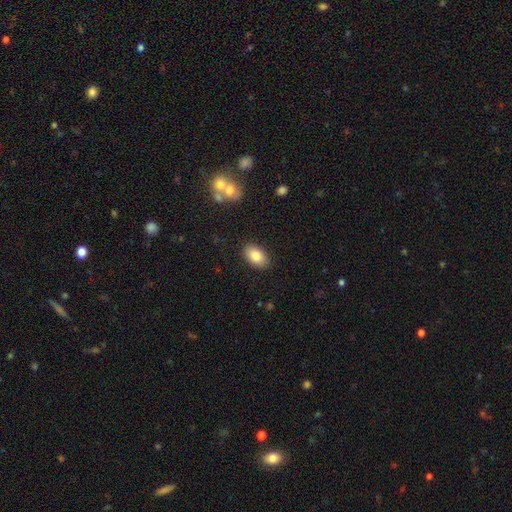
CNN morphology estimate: Overall: smooth (83%). How rounded: in between (92%). Merging: none (87%).